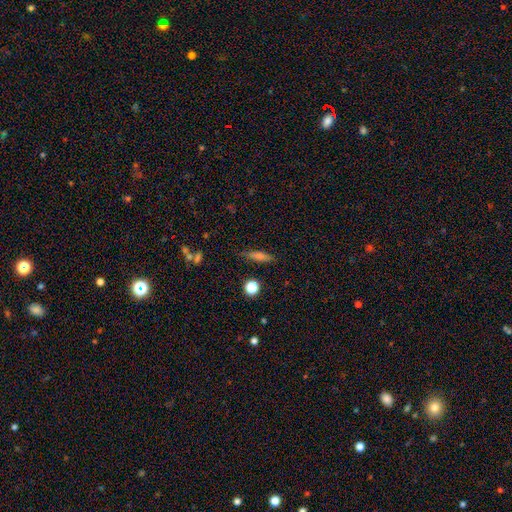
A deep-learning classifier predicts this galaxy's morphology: Smooth or featured? smooth (51%)
How rounded? cigar-shaped (74%)
Merging? none (84%)